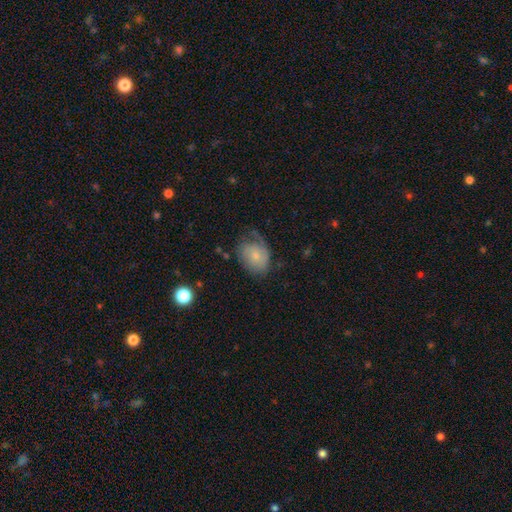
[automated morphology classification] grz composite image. It shows a smooth galaxy with no disk features (52%) that is in between round and cigar-shaped (62%). Merging: none (43%).